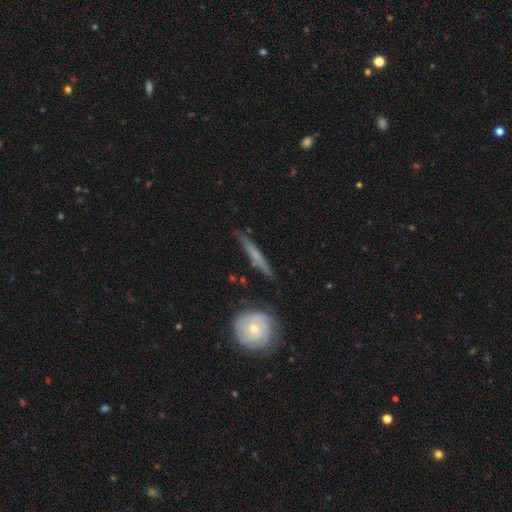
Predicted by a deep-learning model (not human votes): Smooth or featured?
  - featured or disk: 54% *
  - smooth: 39%
  - star or artifact: 7%
Edge-on disk?
  - yes: 86% *
  - no: 14%
Merging?
  - none: 81% *
  - minor disturbance: 14%
  - major disturbance: 3%
  - merger: 3%